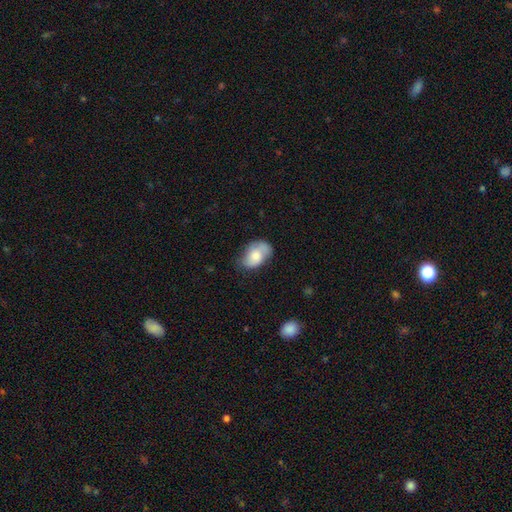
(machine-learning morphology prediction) smooth 63%, featured or disk 30%, star or artifact 7%. Down the decision tree: how rounded — in between (87%); merging — none (51%).